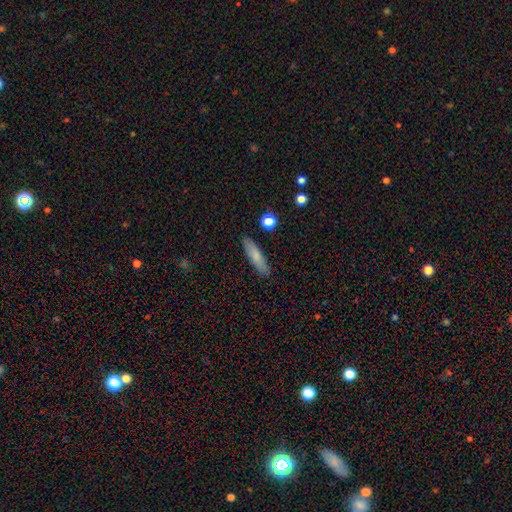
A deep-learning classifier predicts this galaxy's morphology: Smooth or featured? Predicted: smooth (p=0.78). How rounded? Predicted: cigar-shaped (p=0.74). Merging? Predicted: none (p=0.88).